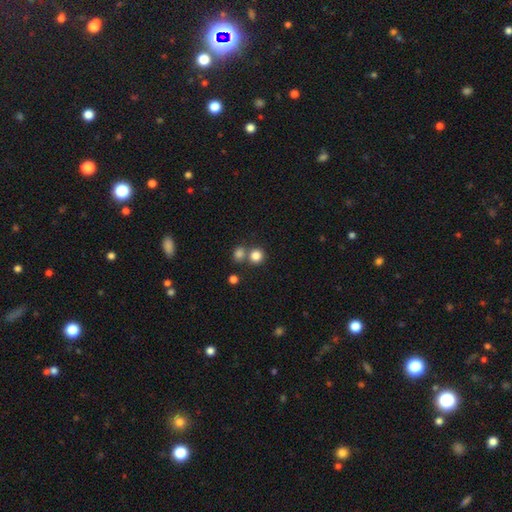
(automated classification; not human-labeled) Smooth or featured? smooth (82%)
How rounded? round (90%)
Merging? none (62%)